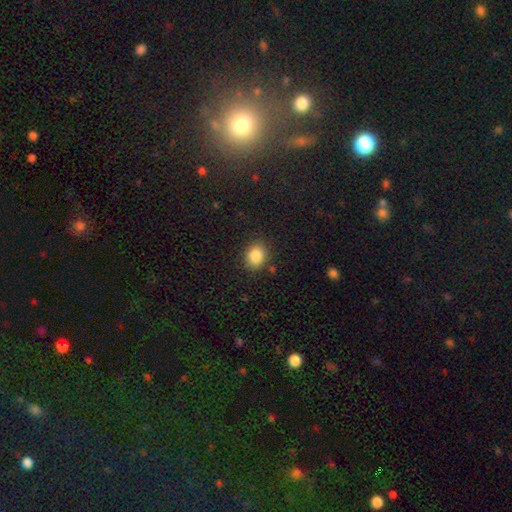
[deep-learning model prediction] Overall: smooth (85%). How rounded: round (56%; in between 43%). Merging: none (85%).